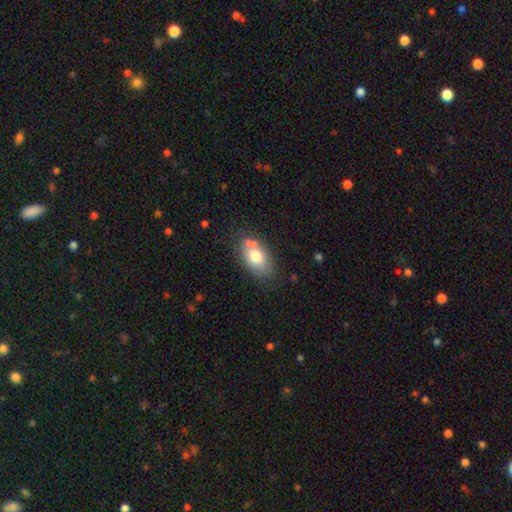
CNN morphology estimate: Smooth or featured? Predicted: smooth (p=0.72). How rounded? Predicted: in between (p=0.90). Merging? Predicted: none (p=0.60).